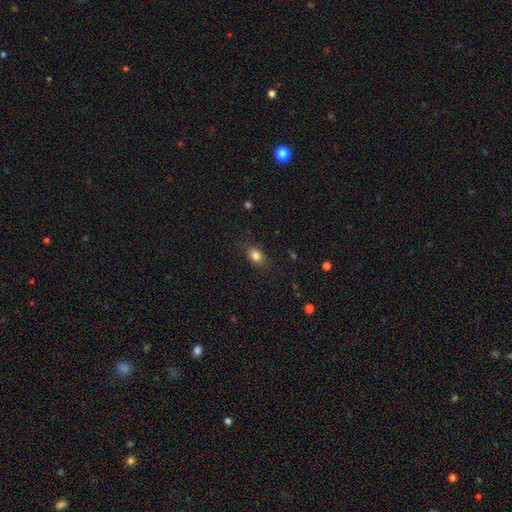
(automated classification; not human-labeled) Smooth or featured: smooth — 83% (star or artifact — 10%)
How rounded: in between — 76% (round — 21%)
Merging: none — 83% (minor disturbance — 12%)